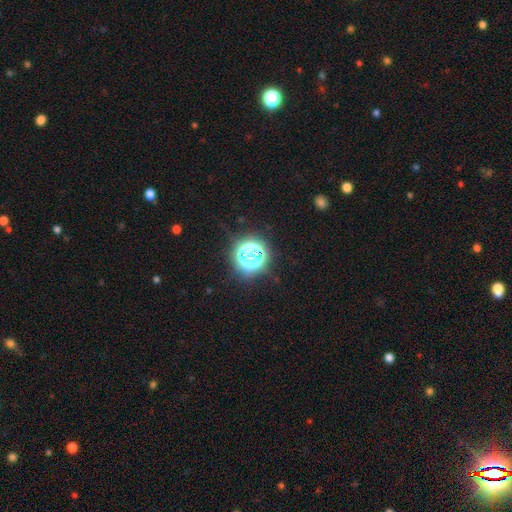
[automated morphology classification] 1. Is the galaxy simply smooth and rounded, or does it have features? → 52% star or artifact, 35% smooth, 14% featured or disk.